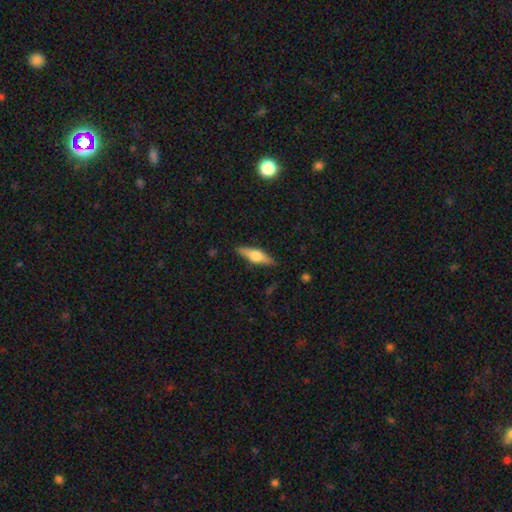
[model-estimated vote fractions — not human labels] This appears to be a featured or disk galaxy (59%) viewed edge-on (95%) with a rounded central bulge (92%). Merging: none (87%).